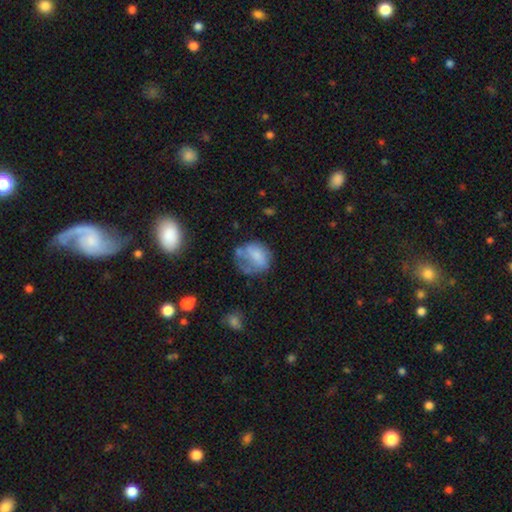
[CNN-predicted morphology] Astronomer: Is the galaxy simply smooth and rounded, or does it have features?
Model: smooth — 58%.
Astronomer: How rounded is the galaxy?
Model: round — 56% (runner-up: in between, 42%).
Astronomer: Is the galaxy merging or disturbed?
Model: none — 34% (runner-up: major disturbance, 31%).